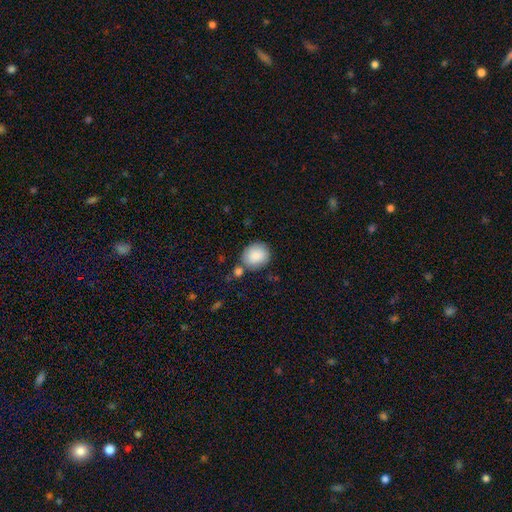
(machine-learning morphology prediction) Overall: smooth (87%). How rounded: round (69%; in between 30%). Merging: none (68%).